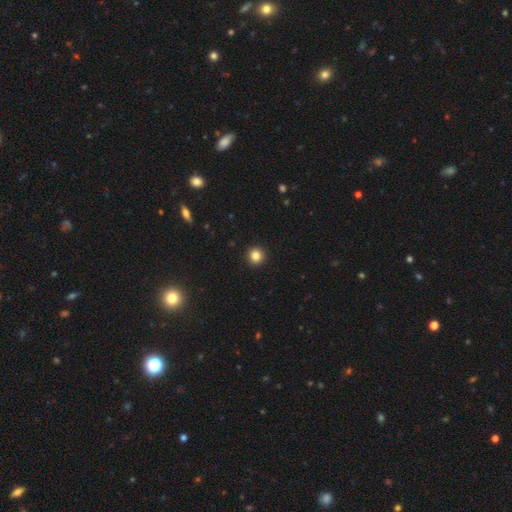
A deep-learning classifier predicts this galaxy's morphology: The model was most divided on "smooth or featured": smooth: 83%, star or artifact: 12%, featured or disk: 5%. More confident: how rounded — round (94%); merging — none (94%).